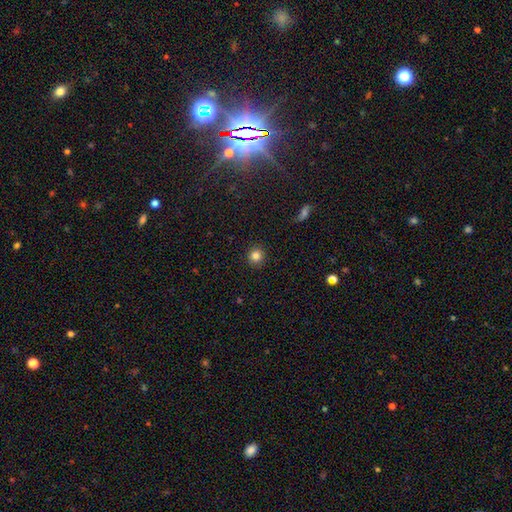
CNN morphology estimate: type=smooth (84%); roundness=round (93%); merging=none (92%).